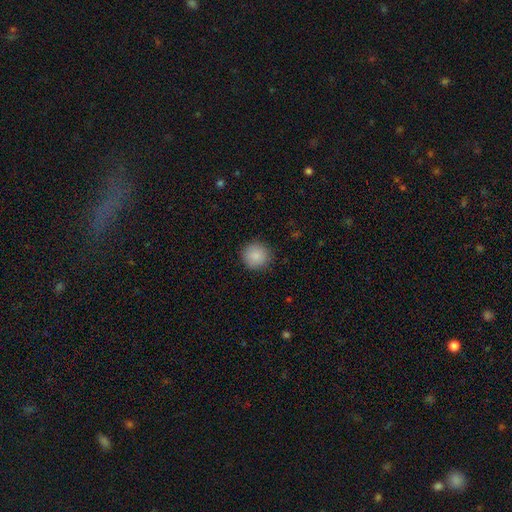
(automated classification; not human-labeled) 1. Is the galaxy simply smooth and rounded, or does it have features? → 88% smooth, 8% star or artifact, 4% featured or disk.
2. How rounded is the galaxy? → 94% round, 5% in between, 1% cigar-shaped.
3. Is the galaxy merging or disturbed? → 89% none, 8% minor disturbance, 2% major disturbance, 1% merger.